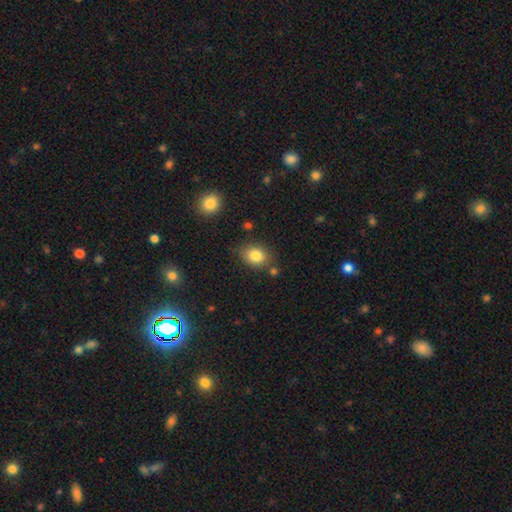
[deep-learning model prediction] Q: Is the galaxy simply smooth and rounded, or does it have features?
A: smooth — 83%.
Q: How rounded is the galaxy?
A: in between — 62%.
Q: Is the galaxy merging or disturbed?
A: none — 73%.